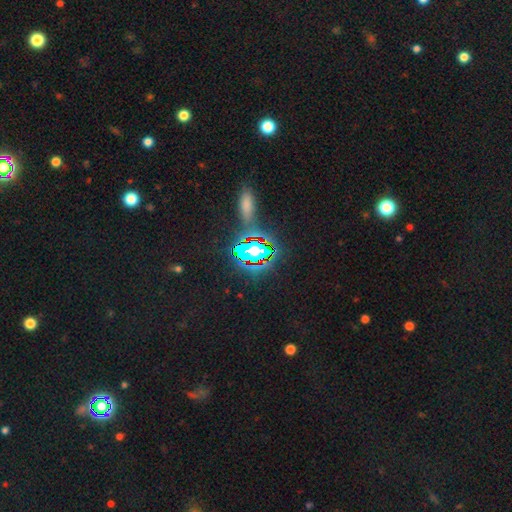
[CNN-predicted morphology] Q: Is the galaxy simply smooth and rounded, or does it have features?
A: star or artifact — 76%.